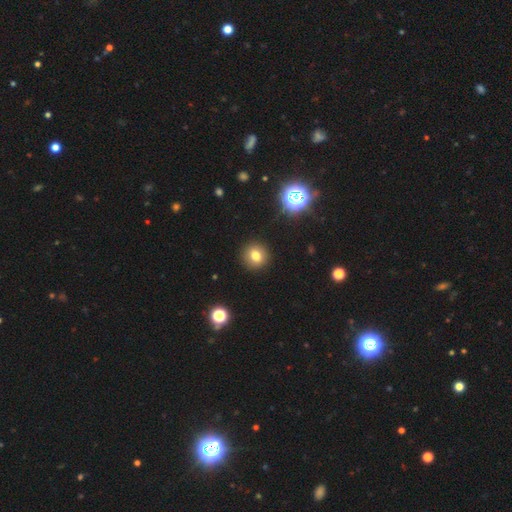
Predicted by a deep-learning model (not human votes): smooth 75%, star or artifact 15%, featured or disk 10%. Down the decision tree: how rounded — round (88%); merging — none (91%).